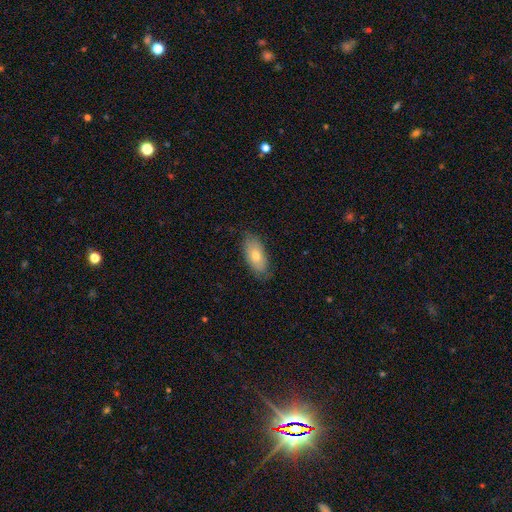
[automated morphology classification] This appears to be a smooth galaxy with no disk features (68%) that is in between round and cigar-shaped (88%). Merging: none (80%).